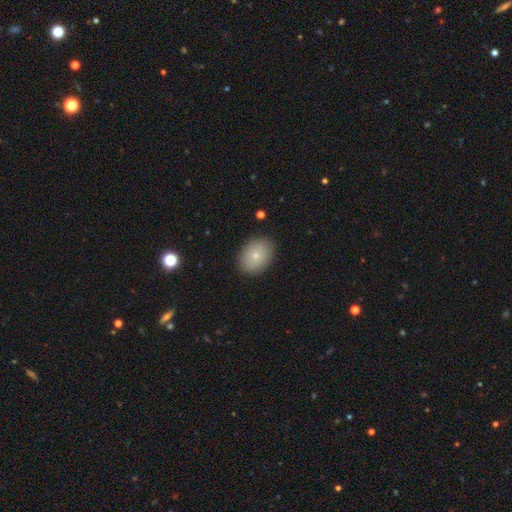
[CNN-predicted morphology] type=smooth (79%); roundness=in between (67%); merging=none (88%).